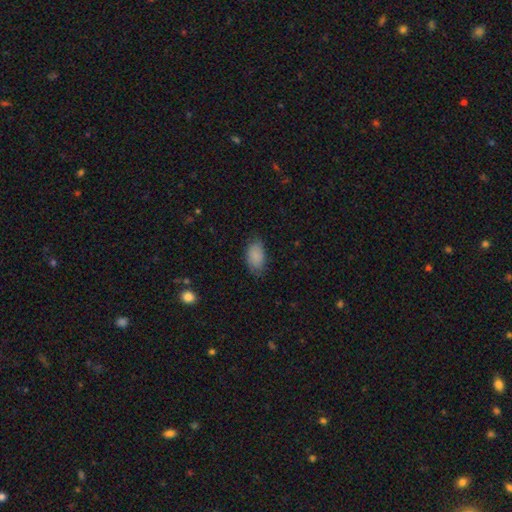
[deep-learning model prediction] This appears to be a smooth galaxy with no disk features (86%) that is in between round and cigar-shaped (93%). Merging: none (73%).